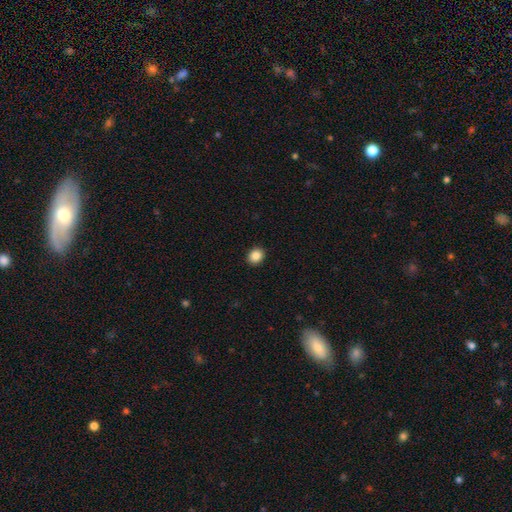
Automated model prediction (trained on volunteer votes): This appears to be a smooth galaxy with no disk features (87%) that is round (64%). Merging: none (92%).